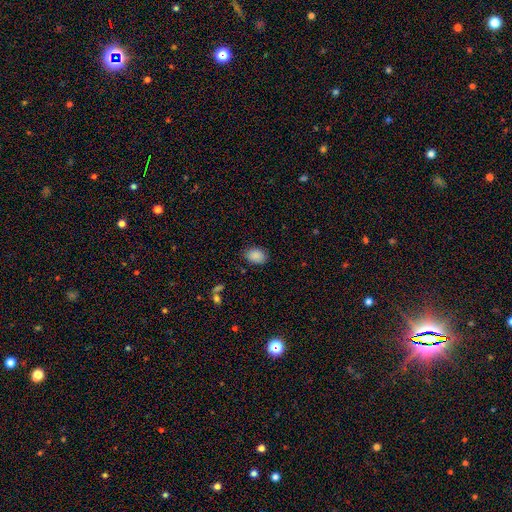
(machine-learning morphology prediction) Smooth or featured: smooth — 88% (star or artifact — 8%)
How rounded: in between — 74% (round — 25%)
Merging: none — 81% (minor disturbance — 14%)